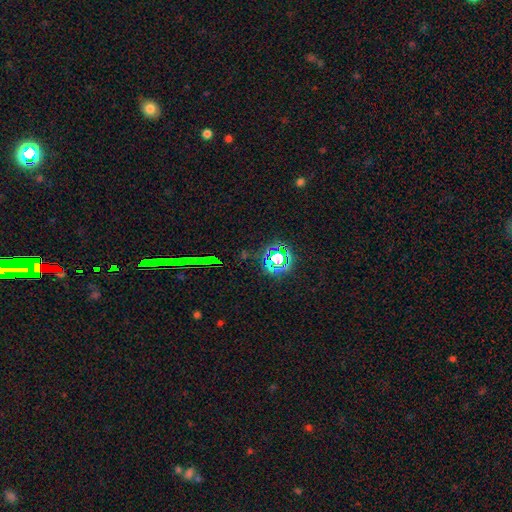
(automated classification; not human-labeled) This appears to be a star or artifact, not a galaxy (75%).